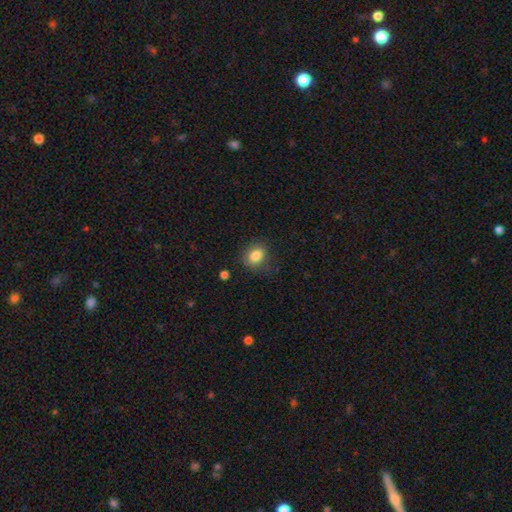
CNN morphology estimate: Overall: smooth (84%). How rounded: round (51%; in between 48%). Merging: none (78%).